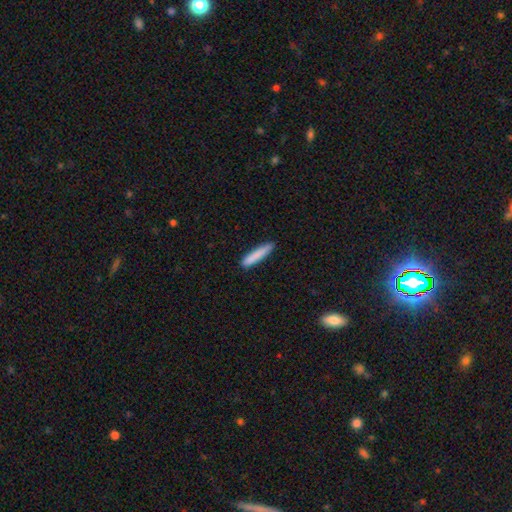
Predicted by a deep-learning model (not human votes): smooth-or-featured: smooth: 84% | featured or disk: 10% | star or artifact: 6%
  how-rounded: cigar-shaped: 91% | in between: 8% | round: 1%
  merging: none: 88% | minor disturbance: 9% | major disturbance: 2% | merger: 1%